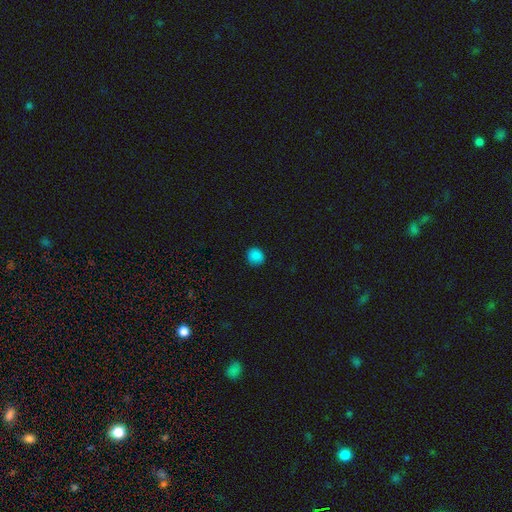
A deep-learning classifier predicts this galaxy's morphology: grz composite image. It shows a smooth galaxy with no disk features (86%) that is round (88%). Merging: none (90%).